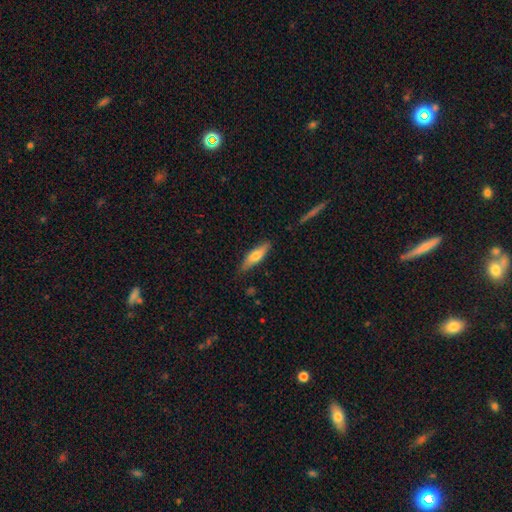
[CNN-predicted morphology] Smooth or featured? Predicted: smooth (p=0.65). How rounded? Predicted: cigar-shaped (p=0.61). Merging? Predicted: none (p=0.81).